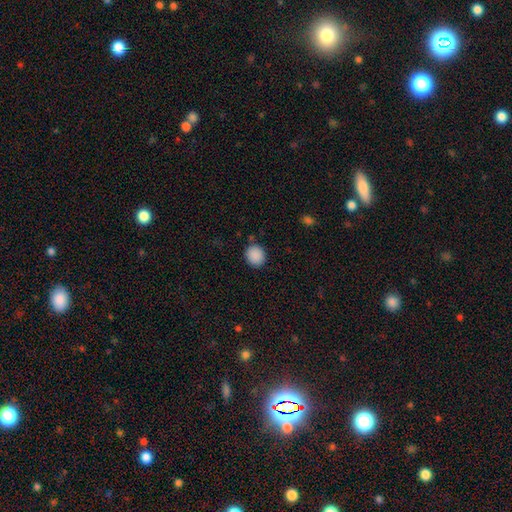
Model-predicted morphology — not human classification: smooth 89%, star or artifact 8%, featured or disk 3%. Down the decision tree: how rounded — round (79%); merging — none (87%).